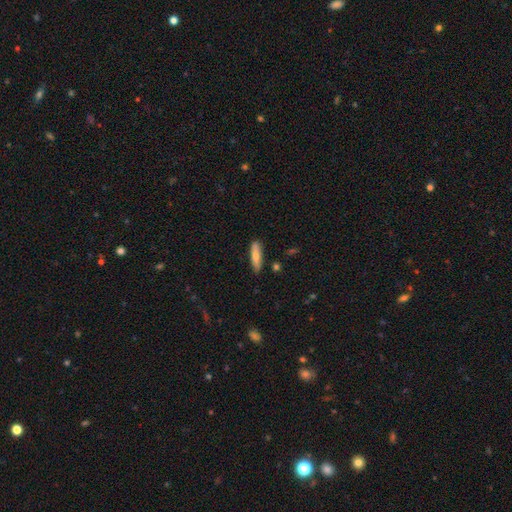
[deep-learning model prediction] A smooth galaxy with no disk features (71%) that is cigar-shaped (69%). Merging: none (86%).